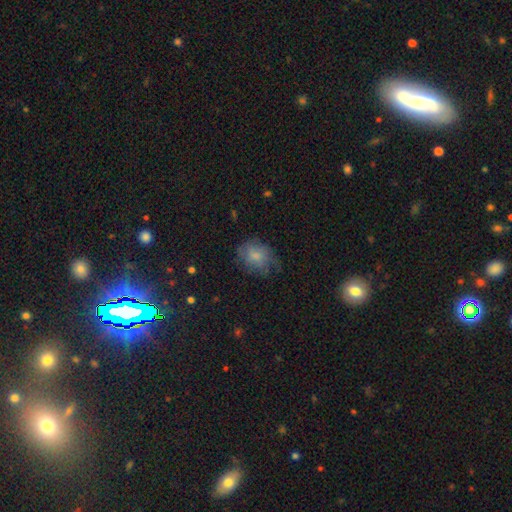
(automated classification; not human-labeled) Smooth or featured? Predicted: smooth (p=0.68). How rounded? Predicted: in between (p=0.52). Merging? Predicted: none (p=0.57).